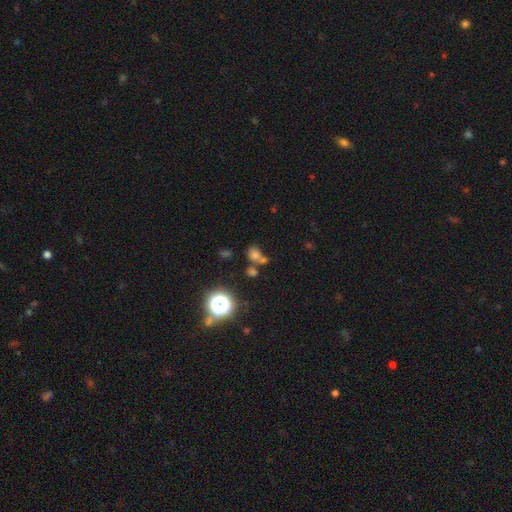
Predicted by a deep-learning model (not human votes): Smooth or featured? Predicted: smooth (p=0.63). How rounded? Predicted: round (p=0.66). Merging? Predicted: none (p=0.48).